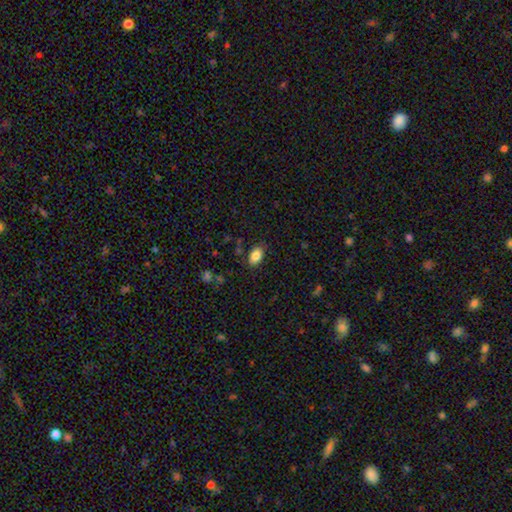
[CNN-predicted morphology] Smooth or featured: smooth — 85% (star or artifact — 8%)
How rounded: in between — 90% (round — 9%)
Merging: none — 84% (minor disturbance — 12%)